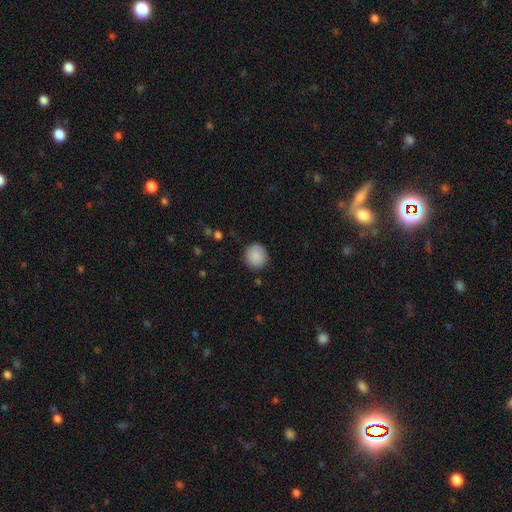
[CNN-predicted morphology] This is clearly a smooth galaxy (89%). How rounded: clearly round (91%). Merging: clearly none (89%).